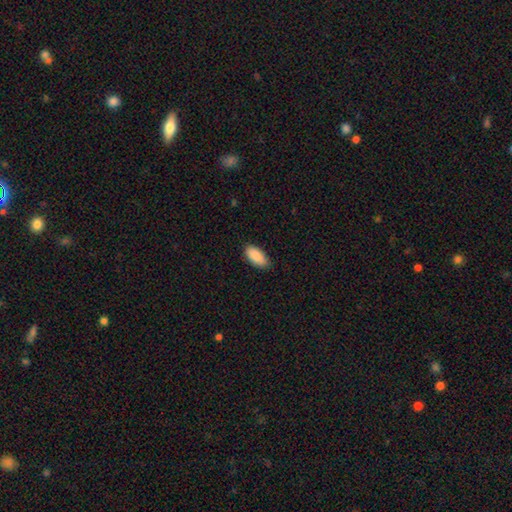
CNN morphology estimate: Smooth or featured: smooth — 90% (star or artifact — 6%)
How rounded: in between — 92% (cigar-shaped — 6%)
Merging: none — 82% (minor disturbance — 15%)